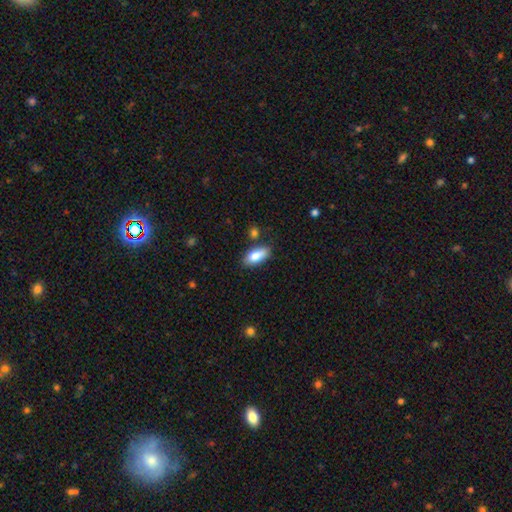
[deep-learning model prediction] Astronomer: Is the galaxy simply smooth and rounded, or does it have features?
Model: smooth — 85%.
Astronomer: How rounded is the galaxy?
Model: in between — 85%.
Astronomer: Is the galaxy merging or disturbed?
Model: none — 79%.